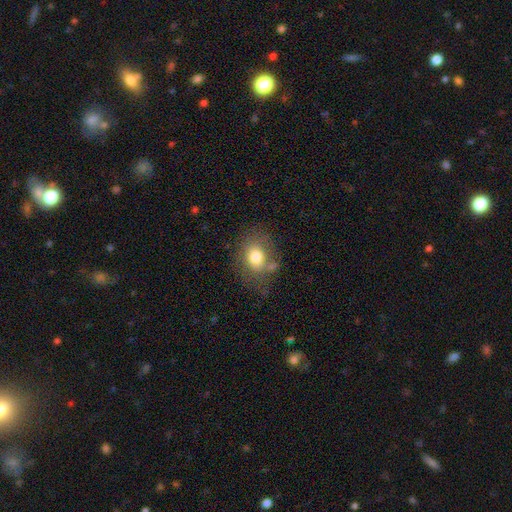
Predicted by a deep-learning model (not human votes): Morphology: type=smooth (76%); roundness=in between (55%); merging=none (61%).